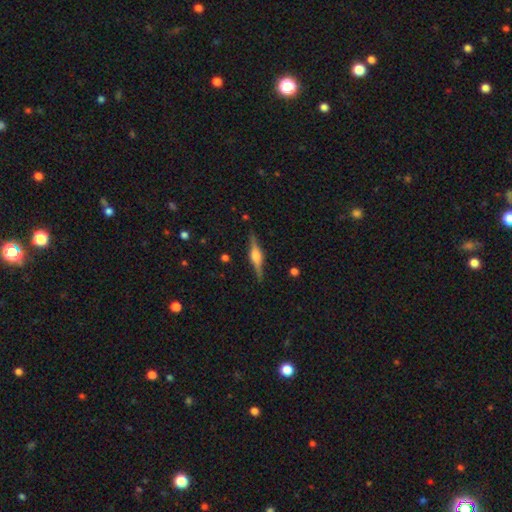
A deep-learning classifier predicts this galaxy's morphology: Smooth or featured: featured or disk — 79% (smooth — 15%)
Edge-on disk: yes — 98% (no — 2%)
Edge-on bulge: rounded — 81% (boxy — 16%)
Merging: none — 88% (minor disturbance — 9%)